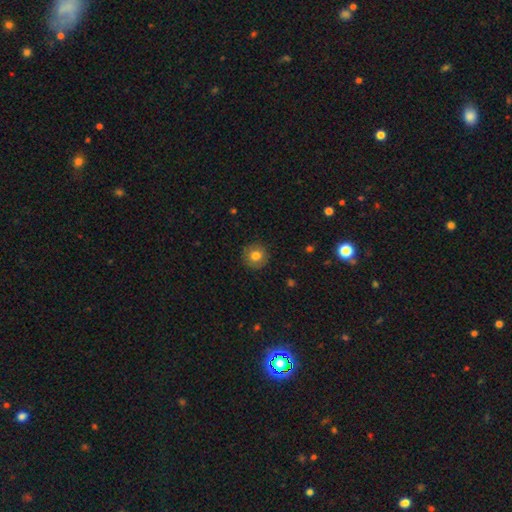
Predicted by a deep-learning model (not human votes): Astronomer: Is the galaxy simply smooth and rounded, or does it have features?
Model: smooth — 80%.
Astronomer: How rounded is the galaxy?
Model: round — 94%.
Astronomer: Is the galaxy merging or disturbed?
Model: none — 90%.